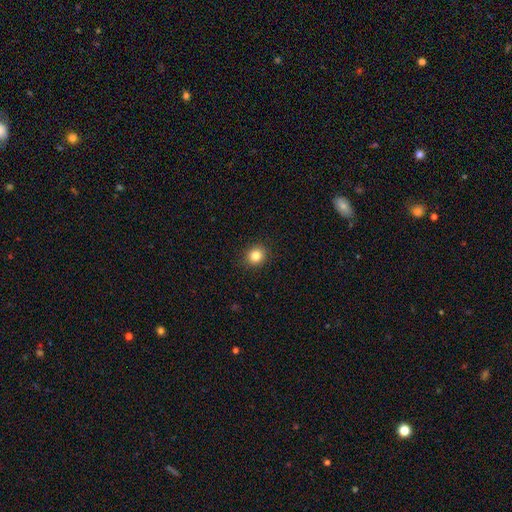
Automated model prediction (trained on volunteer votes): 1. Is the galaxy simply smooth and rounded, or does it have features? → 83% smooth, 11% star or artifact, 6% featured or disk.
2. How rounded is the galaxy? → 83% round, 17% in between, 1% cigar-shaped.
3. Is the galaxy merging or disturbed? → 91% none, 6% minor disturbance, 2% major disturbance, 1% merger.